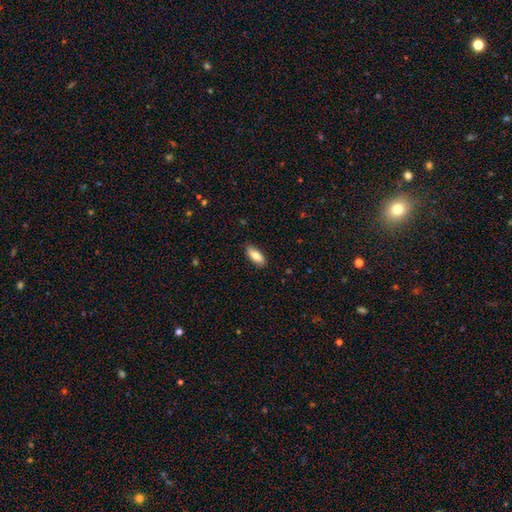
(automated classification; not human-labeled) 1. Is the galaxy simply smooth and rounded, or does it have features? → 80% smooth, 14% featured or disk, 6% star or artifact.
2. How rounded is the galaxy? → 77% in between, 21% cigar-shaped, 2% round.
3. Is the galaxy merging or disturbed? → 87% none, 10% minor disturbance, 2% major disturbance, 1% merger.